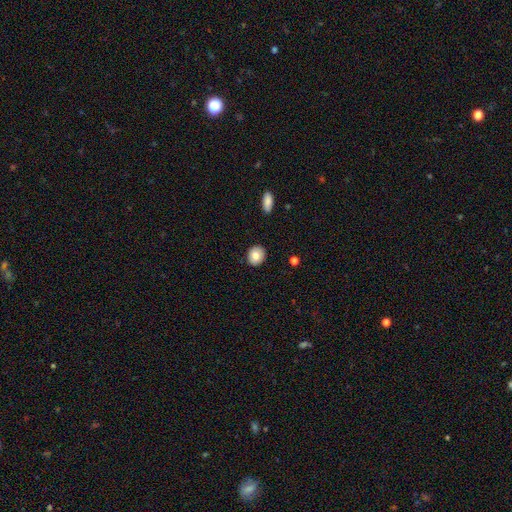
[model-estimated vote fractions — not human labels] Overall: smooth (78%). How rounded: round (75%). Merging: none (89%).